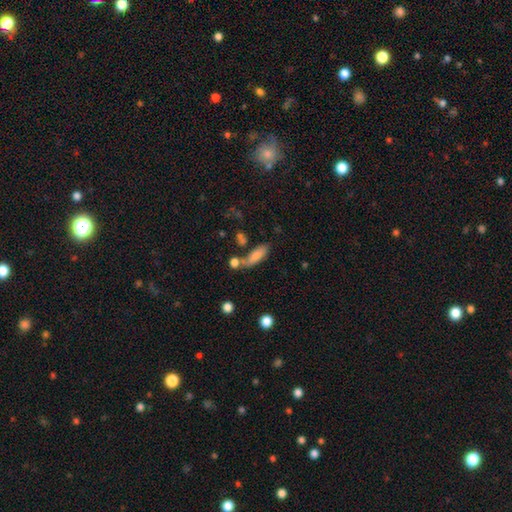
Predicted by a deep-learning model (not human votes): Smooth or featured? smooth (78%)
How rounded? in between (60%)
Merging? none (55%)